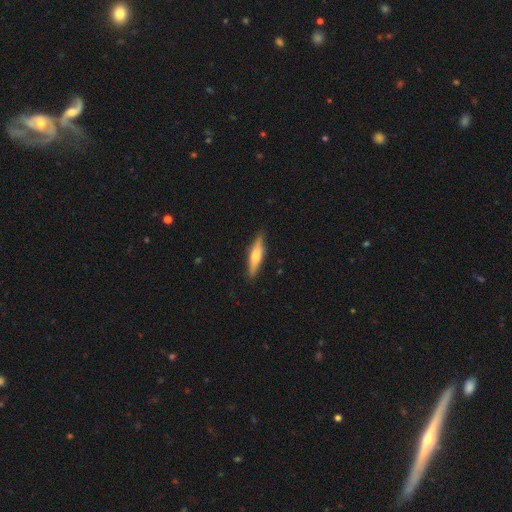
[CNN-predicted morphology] A smooth galaxy with no disk features (55%) that is cigar-shaped (75%).

Vote fractions:
- Smooth or featured? smooth: 55% / featured or disk: 39% / star or artifact: 6%
- How rounded? cigar-shaped: 75% / in between: 24% / round: 2%
- Merging? none: 86% / minor disturbance: 11% / major disturbance: 2% / merger: 1%